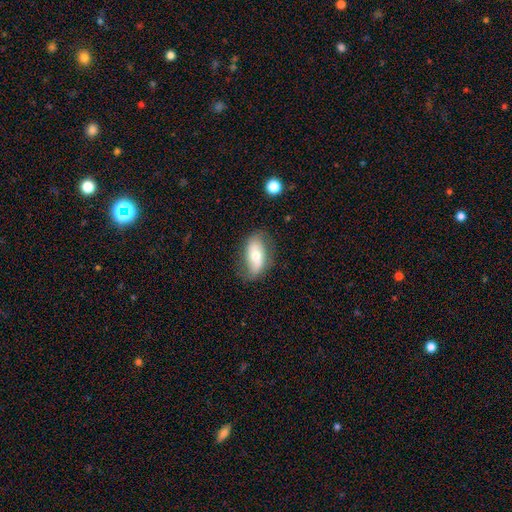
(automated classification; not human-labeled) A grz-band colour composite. It shows a smooth galaxy with no disk features (51%) that is in between round and cigar-shaped (88%). Merging: none (71%).